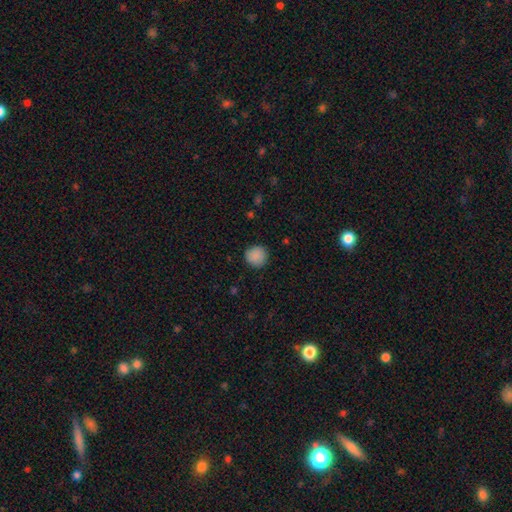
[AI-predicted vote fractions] A smooth galaxy with no disk features (88%) that is round (92%).

Vote fractions:
- Smooth or featured? smooth: 88% / star or artifact: 8% / featured or disk: 3%
- How rounded? round: 92% / in between: 7% / cigar-shaped: 1%
- Merging? none: 88% / minor disturbance: 8% / major disturbance: 2% / merger: 1%